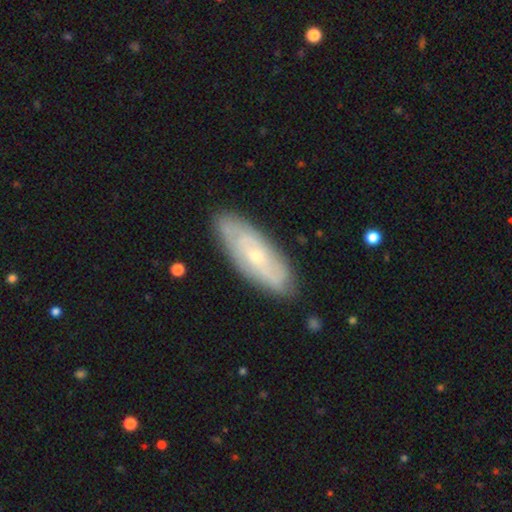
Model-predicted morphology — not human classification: type=featured or disk (64%); edge-on=no (83%); bar=no (72%); spiral arms=yes (72%); bulge=small (65%); merging=none (82%).